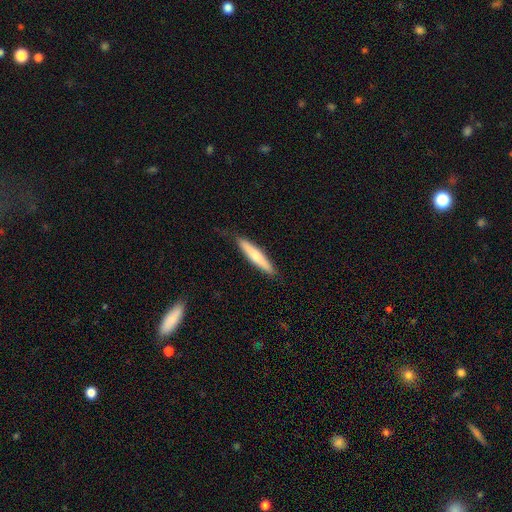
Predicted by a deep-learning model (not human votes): Smooth or featured: smooth — 64% (featured or disk — 31%)
How rounded: cigar-shaped — 90% (in between — 9%)
Merging: none — 85% (minor disturbance — 12%)